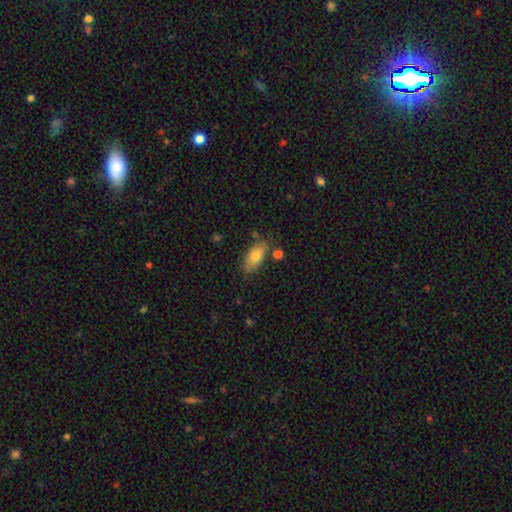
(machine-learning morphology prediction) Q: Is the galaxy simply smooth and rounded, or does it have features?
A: smooth — 76%.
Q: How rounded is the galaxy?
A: in between — 81%.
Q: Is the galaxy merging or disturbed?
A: none — 73%.